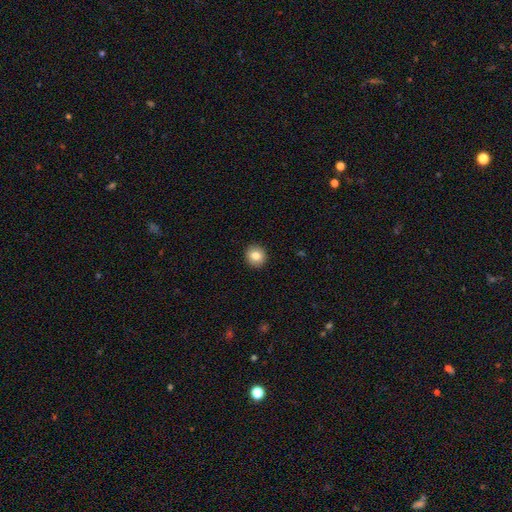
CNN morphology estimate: type=smooth (83%); roundness=round (87%); merging=none (92%).